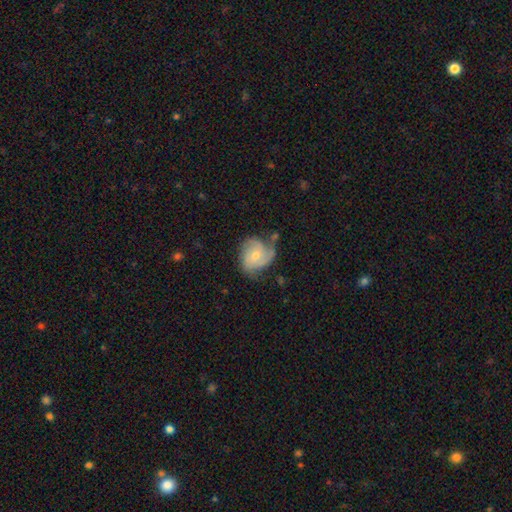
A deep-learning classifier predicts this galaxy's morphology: Smooth or featured? featured or disk (64%)
Edge-on disk? no (98%)
Bar? no (73%)
Spiral arms? yes (87%)
Spiral winding? medium (41%, tied with tight)
Spiral arm count? 3 (34%)
Bulge size? moderate (52%)
Merging? none (48%)